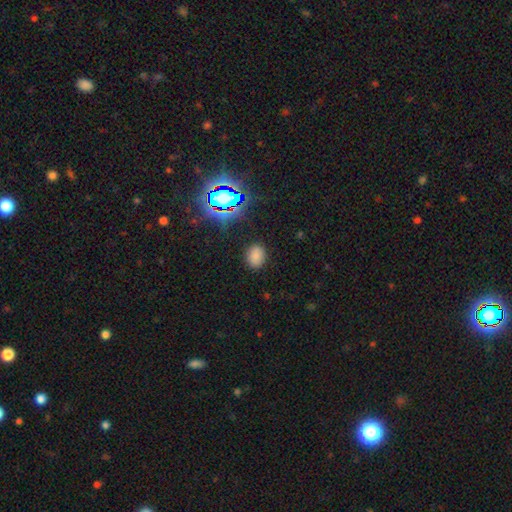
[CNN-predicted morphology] smooth-or-featured: smooth: 76% | star or artifact: 19% | featured or disk: 5%
  how-rounded: in between: 64% | round: 35% | cigar-shaped: 1%
  merging: none: 85% | minor disturbance: 10% | major disturbance: 3% | merger: 1%